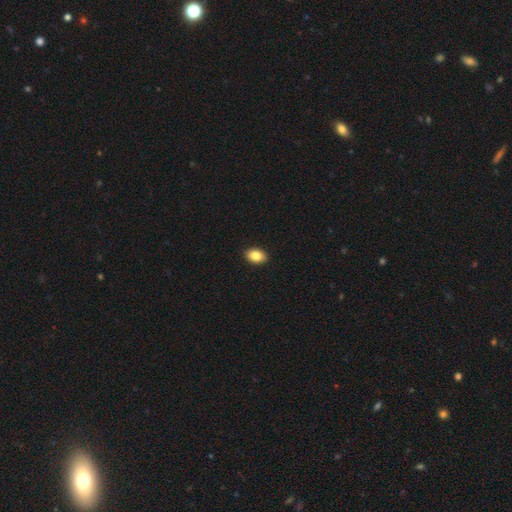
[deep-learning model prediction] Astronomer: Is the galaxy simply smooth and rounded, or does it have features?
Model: smooth — 86%.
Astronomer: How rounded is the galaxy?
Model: in between — 84%.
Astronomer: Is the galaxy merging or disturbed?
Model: none — 91%.